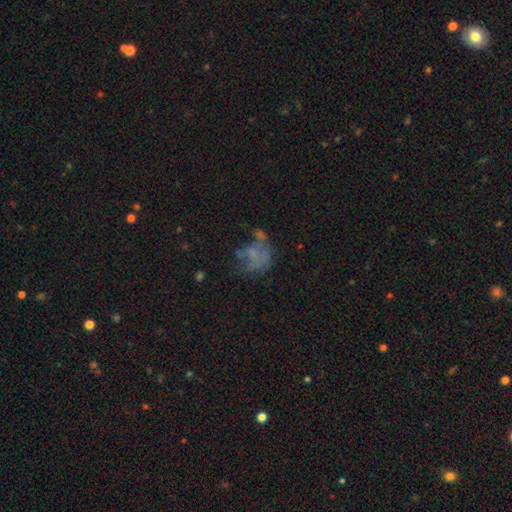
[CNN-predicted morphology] A featured or disk galaxy (42%).

Vote fractions:
- Smooth or featured? featured or disk: 42% / smooth: 40% / star or artifact: 18%
- Merging? major disturbance: 36% / none: 32% / minor disturbance: 19% / merger: 13%